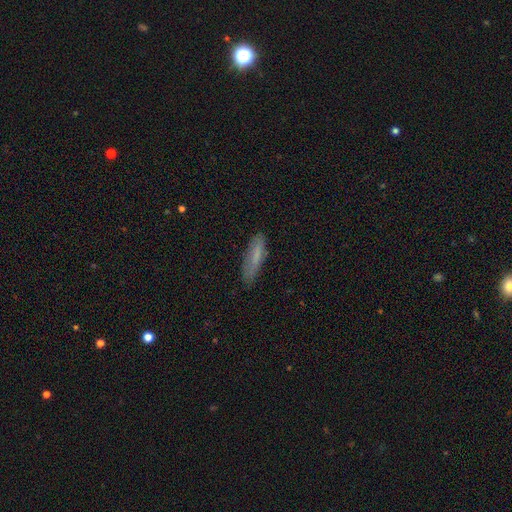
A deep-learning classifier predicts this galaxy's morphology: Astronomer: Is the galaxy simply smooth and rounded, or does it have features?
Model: smooth — 70%.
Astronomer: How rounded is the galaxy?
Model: cigar-shaped — 70%.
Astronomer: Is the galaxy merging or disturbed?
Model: none — 79%.